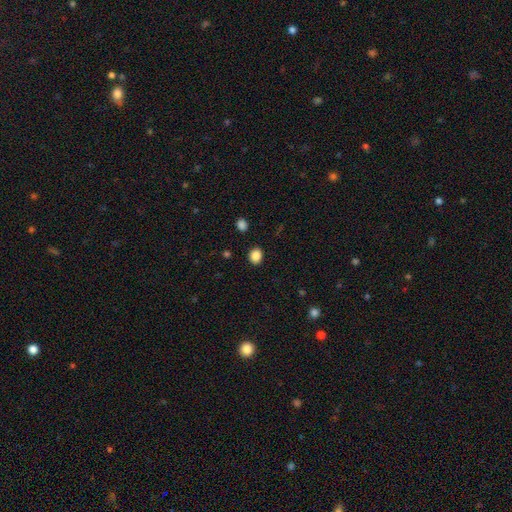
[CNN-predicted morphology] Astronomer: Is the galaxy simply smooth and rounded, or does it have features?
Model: smooth — 87%.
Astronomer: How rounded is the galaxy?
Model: round — 63%.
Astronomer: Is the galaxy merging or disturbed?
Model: none — 89%.